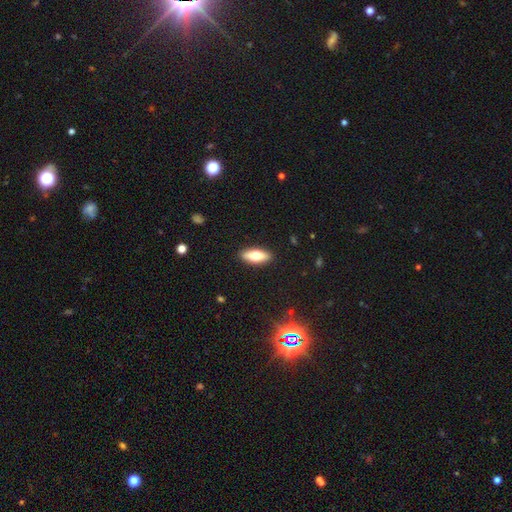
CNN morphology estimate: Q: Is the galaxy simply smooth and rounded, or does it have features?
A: smooth — 67%.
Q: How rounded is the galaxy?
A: in between — 67%.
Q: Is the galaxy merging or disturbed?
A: none — 89%.